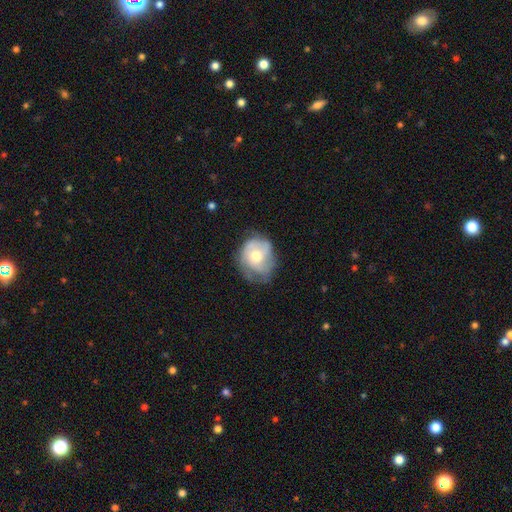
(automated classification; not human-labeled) featured or disk 51%, smooth 41%, star or artifact 8%. Down the decision tree: edge-on disk — no (97%); merging — none (48%).